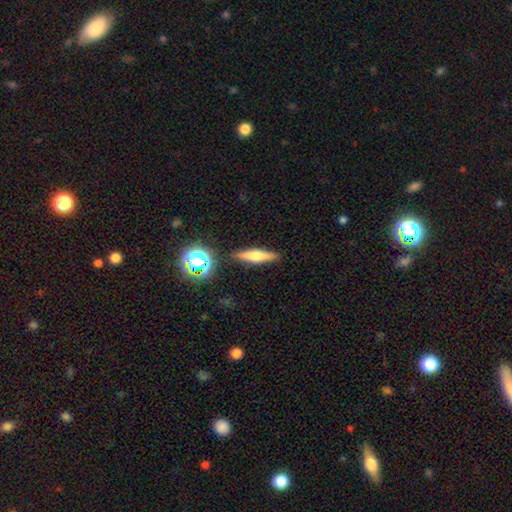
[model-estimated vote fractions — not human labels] This is possibly a featured or disk galaxy (45%). Merging: clearly none (87%).